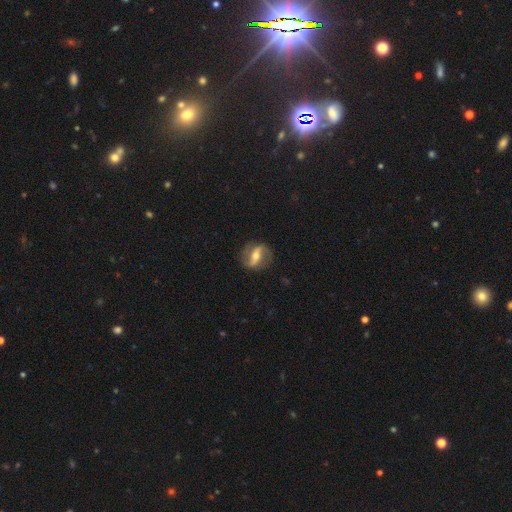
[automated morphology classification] The model was most divided on "spiral winding": loose: 50%, medium: 34%, tight: 16%. More confident: edge-on disk — no (90%); spiral arm count — 2 (89%); spiral arms — yes (84%); merging — none (82%); smooth or featured — featured or disk (78%); bulge size — moderate (64%); bar — strong (57%).